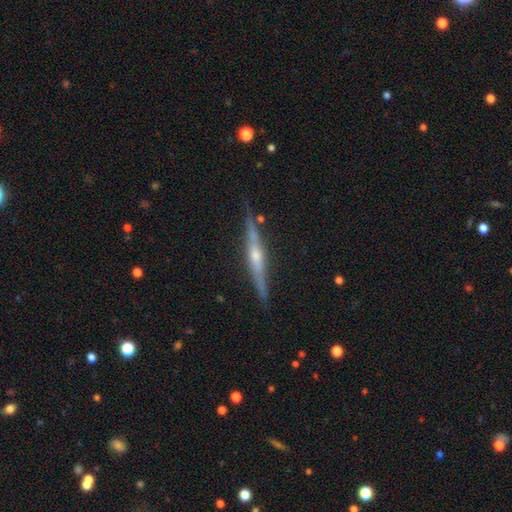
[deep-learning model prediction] Smooth or featured: featured or disk — 81% (smooth — 13%)
Edge-on disk: yes — 97% (no — 3%)
Edge-on bulge: rounded — 82% (none — 11%)
Merging: none — 87% (minor disturbance — 9%)